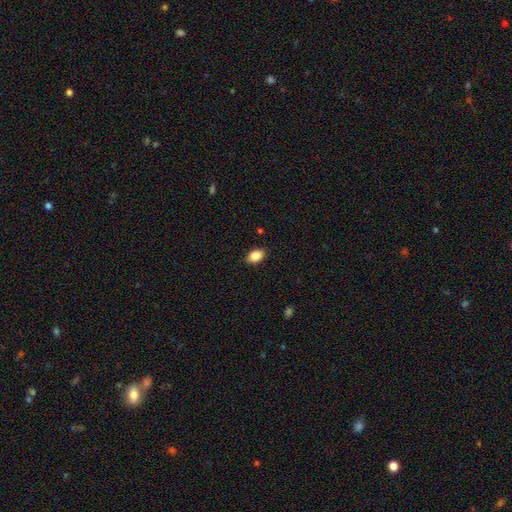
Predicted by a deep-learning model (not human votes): smooth_or_featured: smooth (p=0.88) [alt: star or artifact p=0.08]
how_rounded: in between (p=0.82) [alt: round p=0.17]
merging: none (p=0.89) [alt: minor disturbance p=0.08]